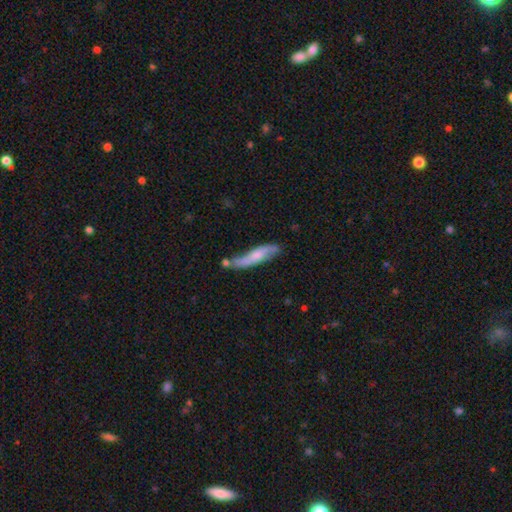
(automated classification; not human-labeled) featured or disk 48%, smooth 46%, star or artifact 6%. Down the decision tree: merging — none (58%).